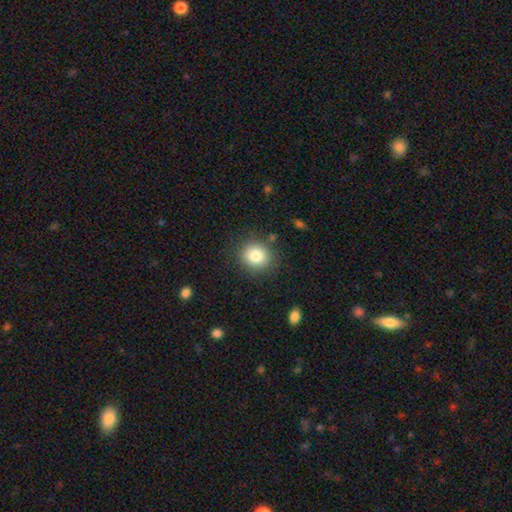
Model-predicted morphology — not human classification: Q: Smooth or featured?
A: smooth (83%); runner-up: star or artifact (10%)
Q: How rounded?
A: round (79%); runner-up: in between (20%)
Q: Merging?
A: none (86%); runner-up: minor disturbance (9%)